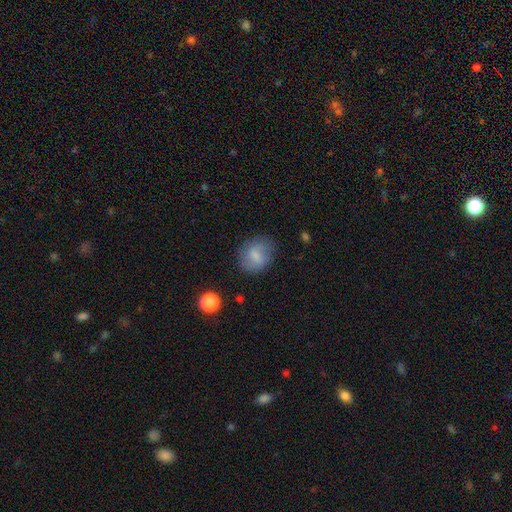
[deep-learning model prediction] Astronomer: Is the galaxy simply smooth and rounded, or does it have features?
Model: smooth — 64%.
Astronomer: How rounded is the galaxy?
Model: round — 52% (runner-up: in between, 46%).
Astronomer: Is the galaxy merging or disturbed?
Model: none — 71%.